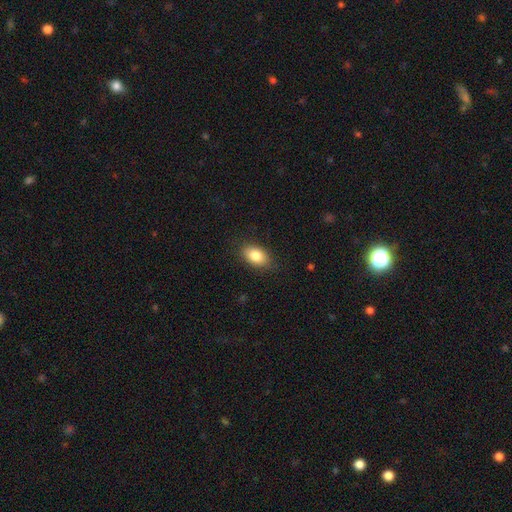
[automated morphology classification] This is clearly a smooth galaxy (84%). How rounded: clearly in between (88%). Merging: clearly none (86%).